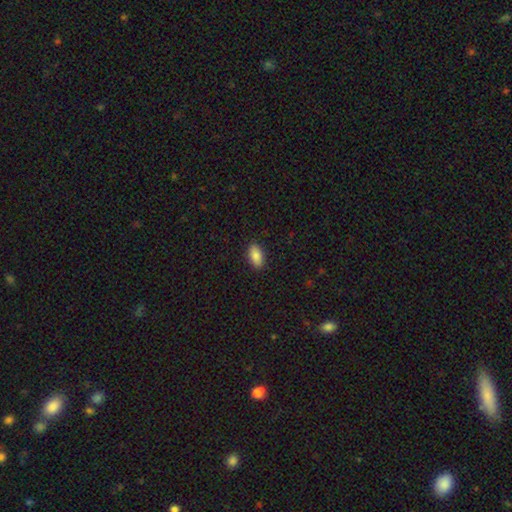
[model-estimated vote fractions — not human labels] Smooth or featured? Predicted: smooth (p=0.86). How rounded? Predicted: in between (p=0.92). Merging? Predicted: none (p=0.90).